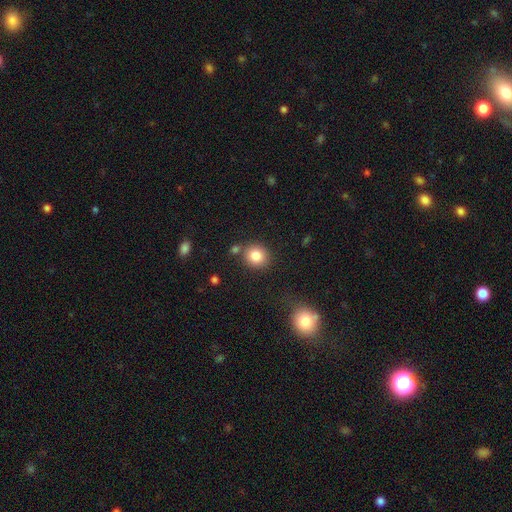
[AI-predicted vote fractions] A smooth galaxy with no disk features (84%) that is round (80%).

Vote fractions:
- Smooth or featured? smooth: 84% / star or artifact: 10% / featured or disk: 6%
- How rounded? round: 80% / in between: 19% / cigar-shaped: 1%
- Merging? none: 77% / merger: 10% / minor disturbance: 10% / major disturbance: 3%